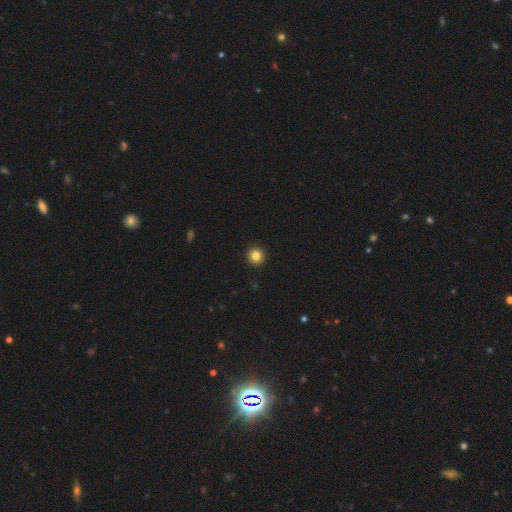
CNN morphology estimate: Smooth or featured: smooth — 83% (star or artifact — 11%)
How rounded: round — 94% (in between — 5%)
Merging: none — 94% (minor disturbance — 4%)